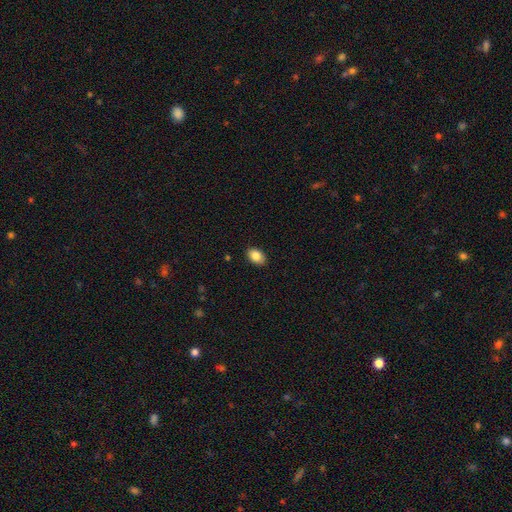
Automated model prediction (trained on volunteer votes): Smooth or featured?
  - smooth: 86% *
  - star or artifact: 8%
  - featured or disk: 6%
How rounded?
  - in between: 86% *
  - round: 12%
  - cigar-shaped: 1%
Merging?
  - none: 88% *
  - minor disturbance: 9%
  - major disturbance: 2%
  - merger: 1%